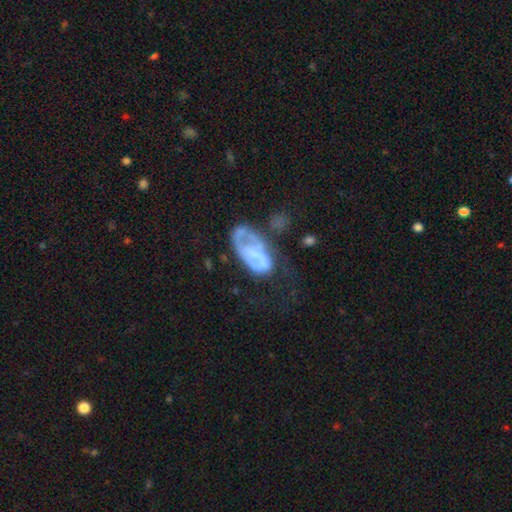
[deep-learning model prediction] Overall: featured or disk (58%; smooth 34%). Edge-on disk: no (96%). Bar: no (68%). Spiral arms: no (57%; yes 43%). Bulge size: none (44%; small 27%). Merging: major disturbance (41%; none 24%).